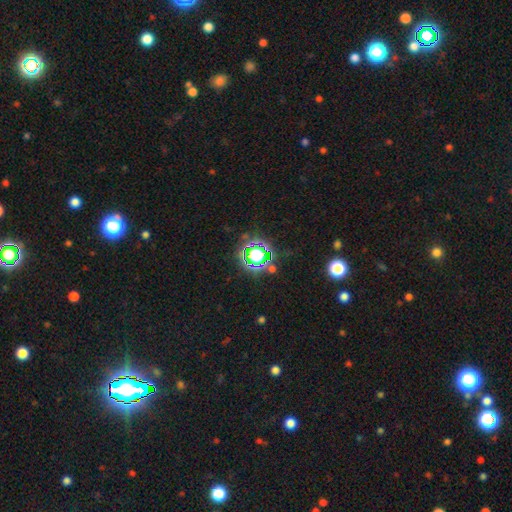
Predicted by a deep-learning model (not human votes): smooth_or_featured: star or artifact (p=0.58) [alt: smooth p=0.30]